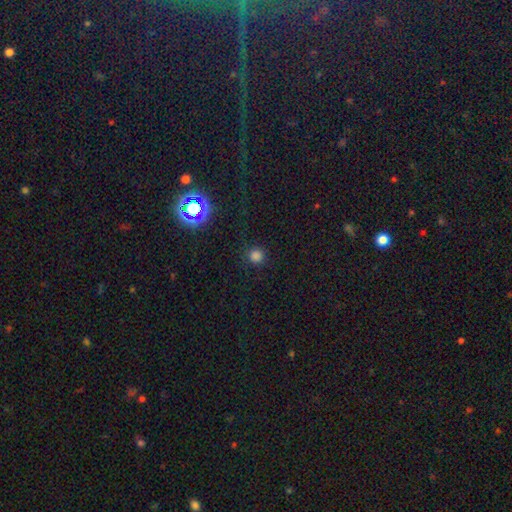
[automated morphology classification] Overall: smooth (78%). How rounded: round (94%). Merging: none (88%).